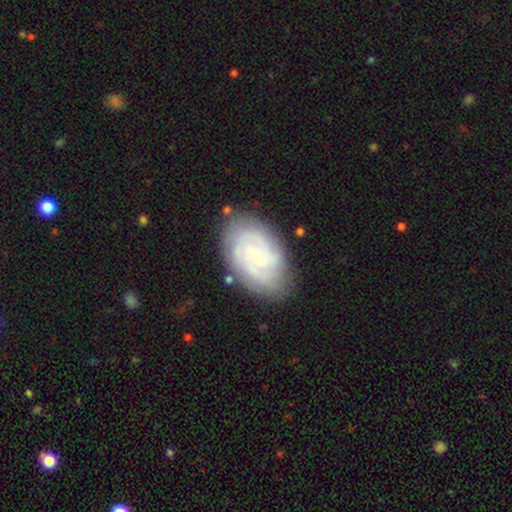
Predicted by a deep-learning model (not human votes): smooth-or-featured: featured or disk: 81% | smooth: 14% | star or artifact: 6%
  disk-edge-on: no: 97% | yes: 3%
    bar: no: 69% | weak: 27% | strong: 5%
    has-spiral-arms: yes: 96% | no: 4%
      spiral-winding: tight: 72% | medium: 23% | loose: 5%
      spiral-arm-count: can't tell: 27% | 2: 26% | 3: 24% | 4: 13% | more than 4: 5% | 1: 5%
    bulge-size: small: 80% | moderate: 16% | none: 2% | large: 1% | dominant: 1%
  merging: none: 80% | minor disturbance: 15% | major disturbance: 4% | merger: 2%